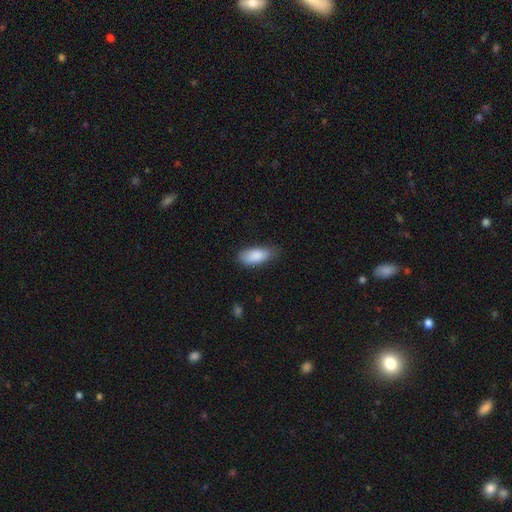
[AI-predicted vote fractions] Smooth or featured: smooth — 87% (featured or disk — 7%)
How rounded: in between — 86% (cigar-shaped — 12%)
Merging: none — 68% (minor disturbance — 27%)